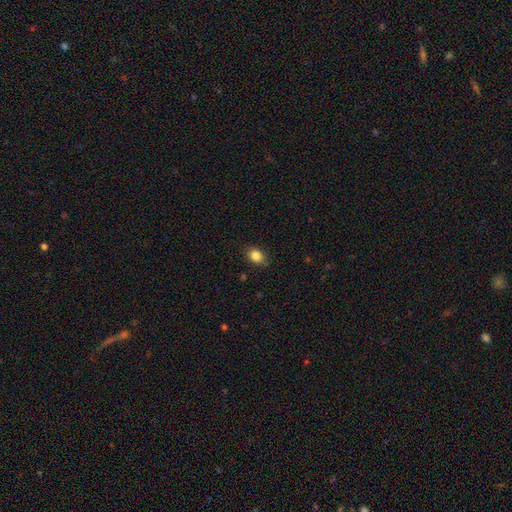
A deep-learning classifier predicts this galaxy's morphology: This is clearly a smooth galaxy (85%). How rounded: possibly in between (56%). Merging: clearly none (84%).